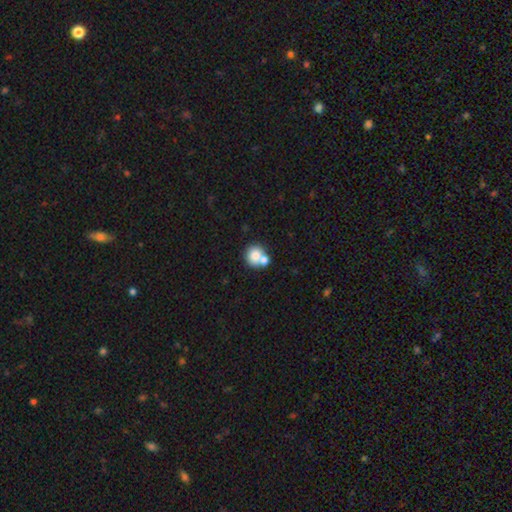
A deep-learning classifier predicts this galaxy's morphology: The model was most divided on "merging": none: 45%, merger: 43%, minor disturbance: 9%, major disturbance: 3%. More confident: how rounded — round (85%); smooth or featured — smooth (78%).